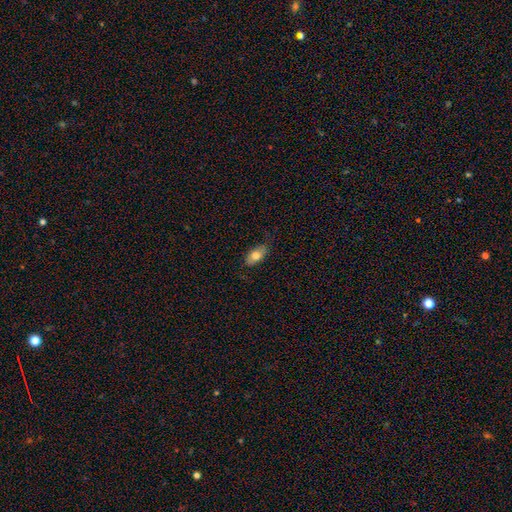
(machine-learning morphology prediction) This is likely a smooth galaxy (78%). How rounded: clearly in between (90%). Merging: likely none (76%).